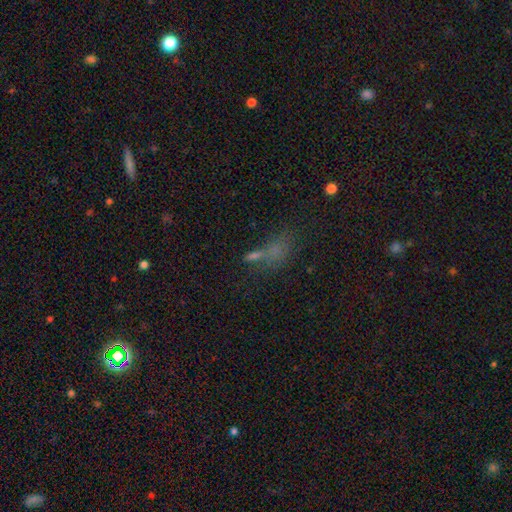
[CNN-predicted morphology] smooth_or_featured: smooth (p=0.56) [alt: star or artifact p=0.27]
how_rounded: in between (p=0.65) [alt: cigar-shaped p=0.23]
merging: none (p=0.39) [alt: merger p=0.29]